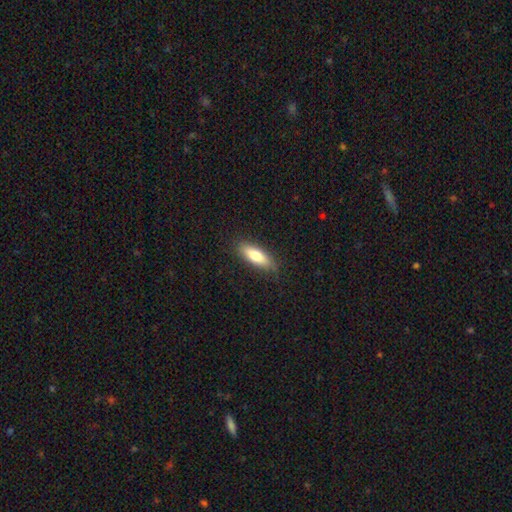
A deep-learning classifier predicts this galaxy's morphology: smooth 75%, featured or disk 19%, star or artifact 6%. Down the decision tree: how rounded — in between (56%); merging — none (86%).